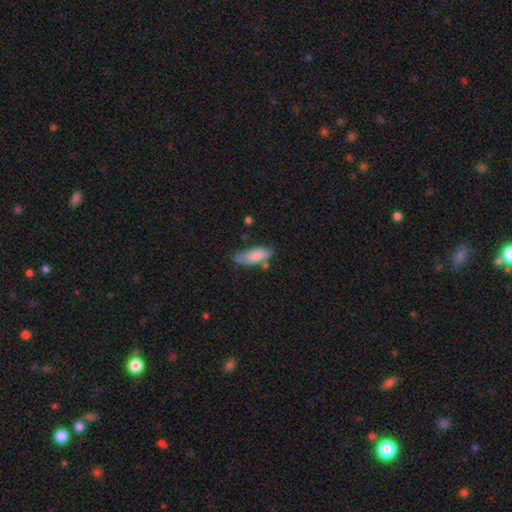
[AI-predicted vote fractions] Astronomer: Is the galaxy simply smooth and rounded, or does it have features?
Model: smooth — 81%.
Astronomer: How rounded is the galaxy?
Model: in between — 71%.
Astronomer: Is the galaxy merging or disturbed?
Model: none — 61%.